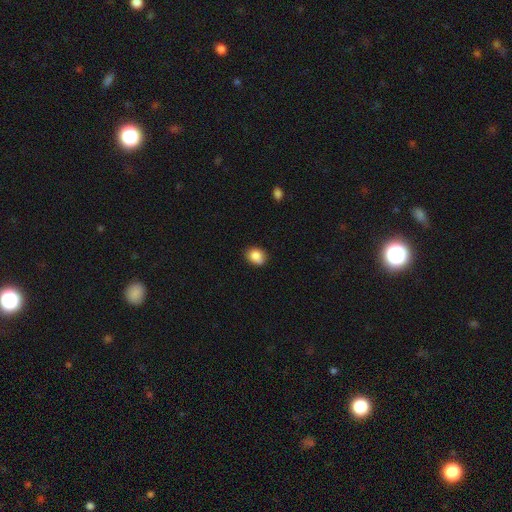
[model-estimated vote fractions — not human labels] A smooth galaxy with no disk features (85%) that is in between round and cigar-shaped (53%).

Vote fractions:
- Smooth or featured? smooth: 85% / star or artifact: 9% / featured or disk: 6%
- How rounded? in between: 53% / round: 46% / cigar-shaped: 1%
- Merging? none: 77% / minor disturbance: 18% / major disturbance: 3% / merger: 2%